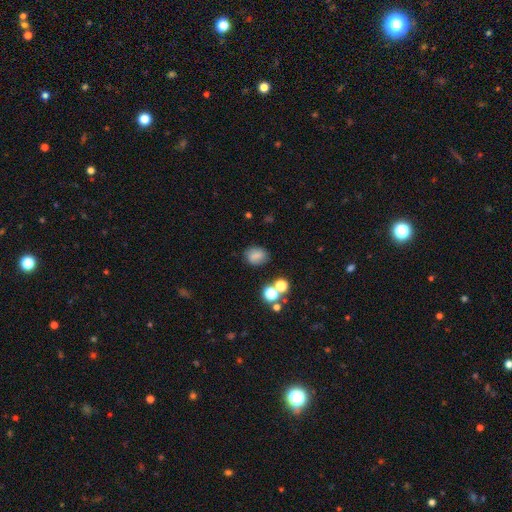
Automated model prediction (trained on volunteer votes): smooth_or_featured: smooth (p=0.78) [alt: star or artifact p=0.14]
how_rounded: in between (p=0.53) [alt: round p=0.45]
merging: none (p=0.75) [alt: minor disturbance p=0.15]